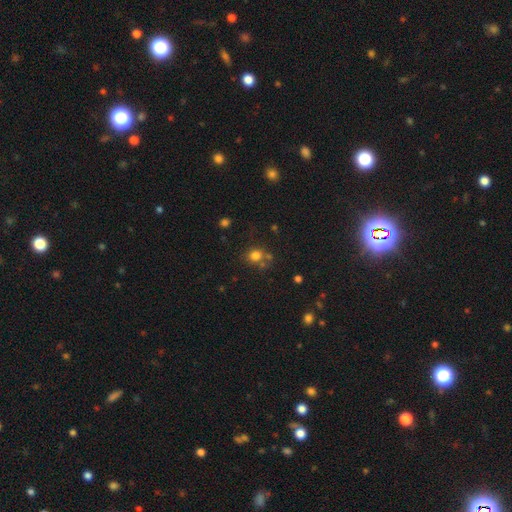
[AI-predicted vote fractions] Q: Smooth or featured?
A: smooth (77%); runner-up: star or artifact (15%)
Q: How rounded?
A: round (75%); runner-up: in between (24%)
Q: Merging?
A: none (61%); runner-up: merger (18%)